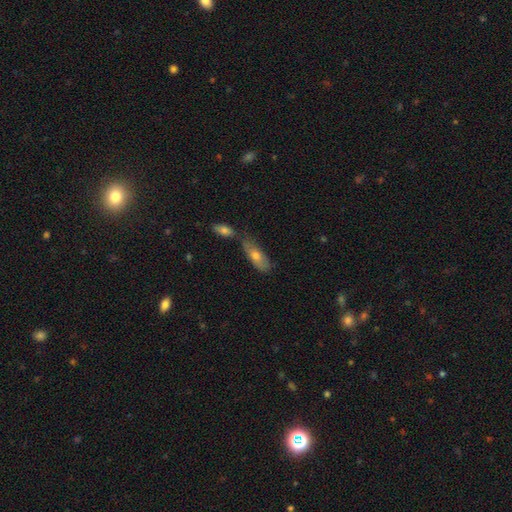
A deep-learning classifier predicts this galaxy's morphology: Smooth or featured?
  - smooth: 64% *
  - featured or disk: 29%
  - star or artifact: 7%
How rounded?
  - in between: 63% *
  - cigar-shaped: 34%
  - round: 3%
Merging?
  - none: 50% *
  - merger: 27%
  - minor disturbance: 18%
  - major disturbance: 5%